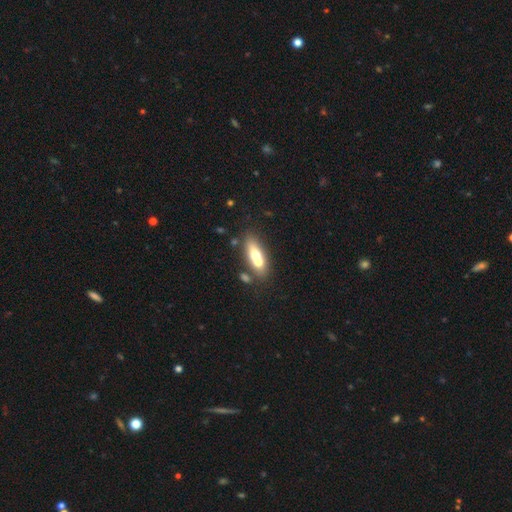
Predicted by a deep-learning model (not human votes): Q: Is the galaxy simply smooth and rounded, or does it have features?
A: smooth — 59%.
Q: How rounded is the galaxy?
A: in between — 68%.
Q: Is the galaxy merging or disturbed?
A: none — 44%.